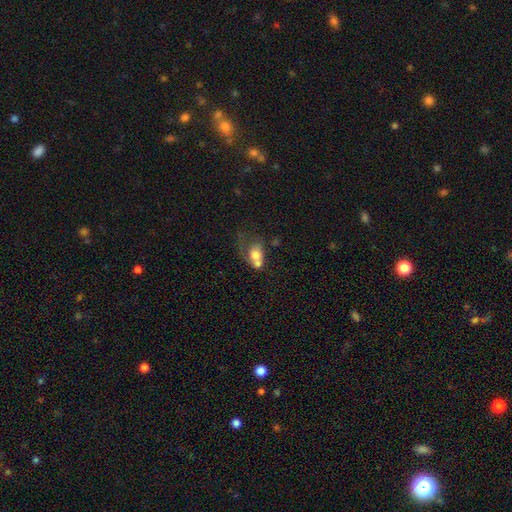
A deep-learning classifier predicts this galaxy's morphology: Q: Smooth or featured?
A: smooth (65%); runner-up: featured or disk (25%)
Q: How rounded?
A: in between (55%); runner-up: round (43%)
Q: Merging?
A: merger (59%); runner-up: none (15%)